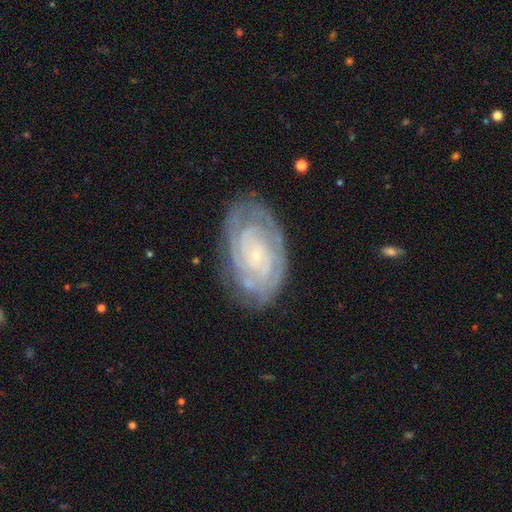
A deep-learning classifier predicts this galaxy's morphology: smooth-or-featured: featured or disk: 85% | smooth: 10% | star or artifact: 6%
  disk-edge-on: no: 96% | yes: 4%
    bar: no: 71% | weak: 23% | strong: 6%
    has-spiral-arms: yes: 95% | no: 5%
      spiral-winding: tight: 78% | medium: 18% | loose: 4%
      spiral-arm-count: can't tell: 35% | 2: 26% | 3: 16% | 4: 11% | more than 4: 6% | 1: 6%
    bulge-size: small: 86% | moderate: 9% | none: 4% | large: 1% | dominant: 1%
  merging: none: 76% | minor disturbance: 17% | major disturbance: 5% | merger: 2%